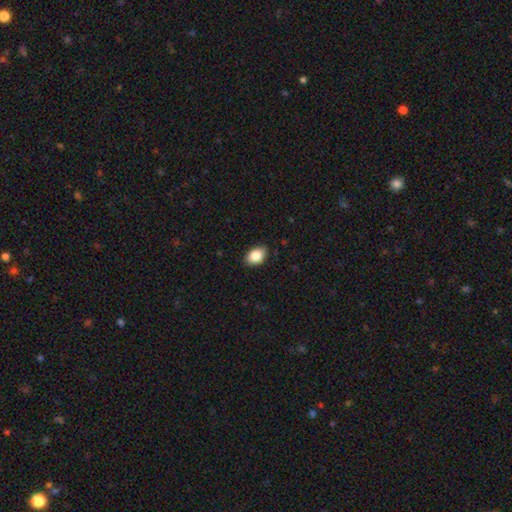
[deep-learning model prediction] Smooth or featured?
  - smooth: 85% *
  - star or artifact: 8%
  - featured or disk: 7%
How rounded?
  - in between: 83% *
  - round: 15%
  - cigar-shaped: 1%
Merging?
  - none: 87% *
  - minor disturbance: 11%
  - major disturbance: 2%
  - merger: 1%